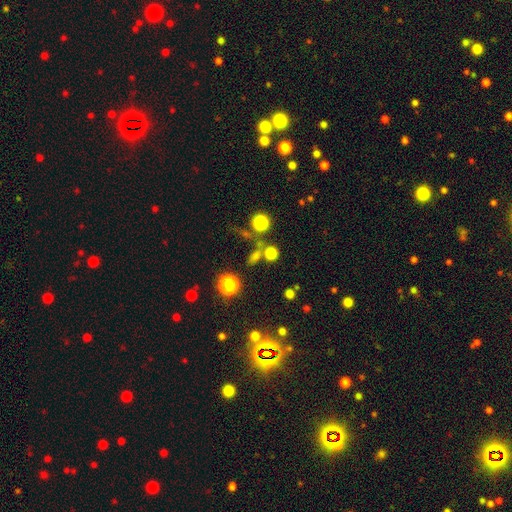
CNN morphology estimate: star or artifact 45%, smooth 44%, featured or disk 11%.